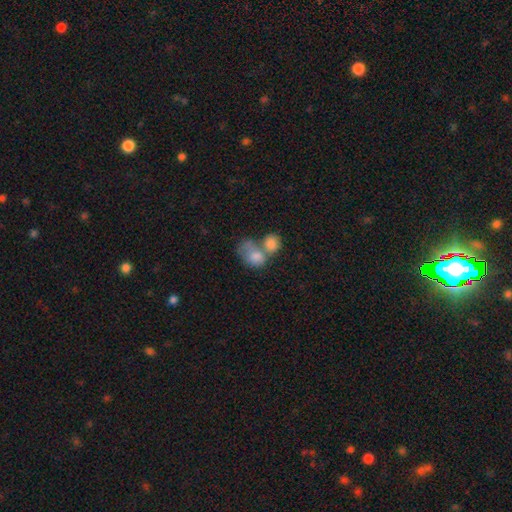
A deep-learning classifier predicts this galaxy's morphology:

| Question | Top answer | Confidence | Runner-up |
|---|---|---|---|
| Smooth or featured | smooth | 76% | featured or disk (15%) |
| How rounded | in between | 62% | round (37%) |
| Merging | merger | 67% | none (16%) |